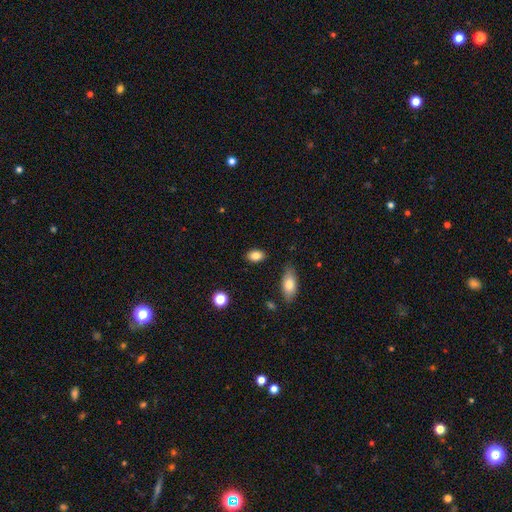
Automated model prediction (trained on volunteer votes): smooth 85%, star or artifact 8%, featured or disk 7%. Down the decision tree: how rounded — in between (84%); merging — none (86%).